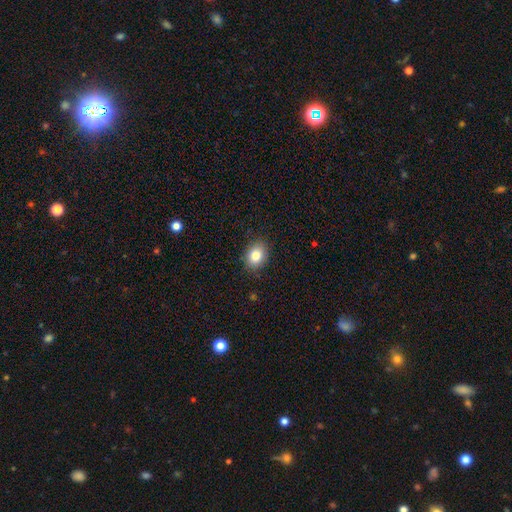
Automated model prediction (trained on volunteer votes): Morphology: type=smooth (82%); roundness=in between (59%); merging=none (87%).